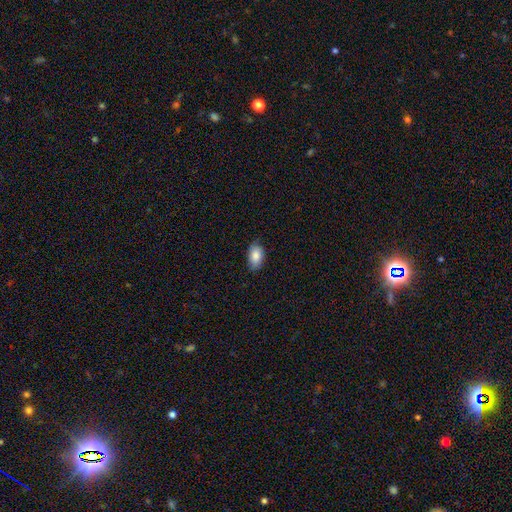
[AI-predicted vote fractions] Smooth or featured?
  - smooth: 87% *
  - star or artifact: 7%
  - featured or disk: 6%
How rounded?
  - in between: 92% *
  - round: 6%
  - cigar-shaped: 2%
Merging?
  - none: 82% *
  - minor disturbance: 14%
  - major disturbance: 2%
  - merger: 1%